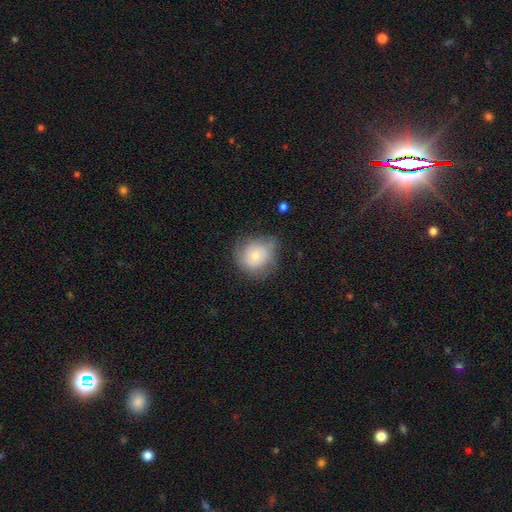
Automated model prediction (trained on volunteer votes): A smooth galaxy with no disk features (66%) that is round (83%). Merging: none (59%).